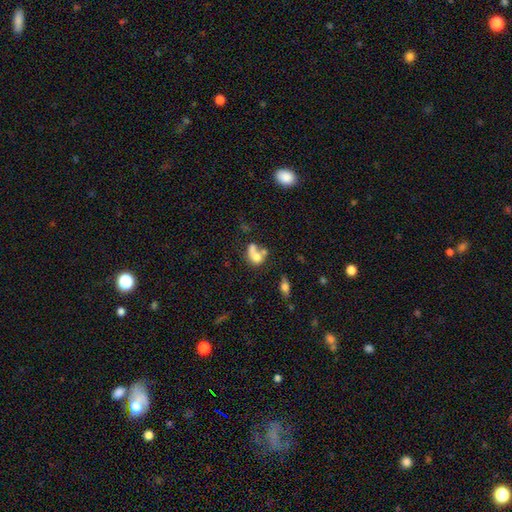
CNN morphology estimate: Smooth or featured? Predicted: smooth (p=0.64). How rounded? Predicted: in between (p=0.55). Merging? Predicted: merger (p=0.56).